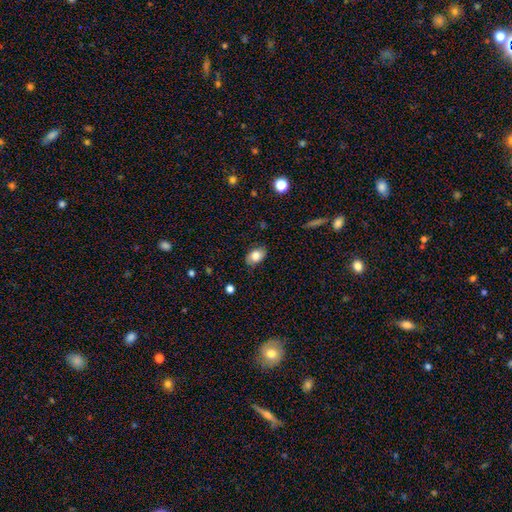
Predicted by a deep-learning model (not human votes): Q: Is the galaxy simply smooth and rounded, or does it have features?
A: smooth — 76%.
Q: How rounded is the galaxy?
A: in between — 85%.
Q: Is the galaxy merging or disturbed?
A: none — 75%.